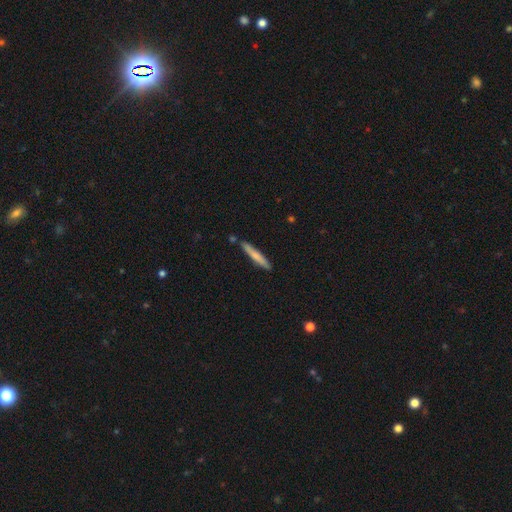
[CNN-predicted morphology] Overall: smooth (69%). How rounded: cigar-shaped (95%). Merging: none (84%).